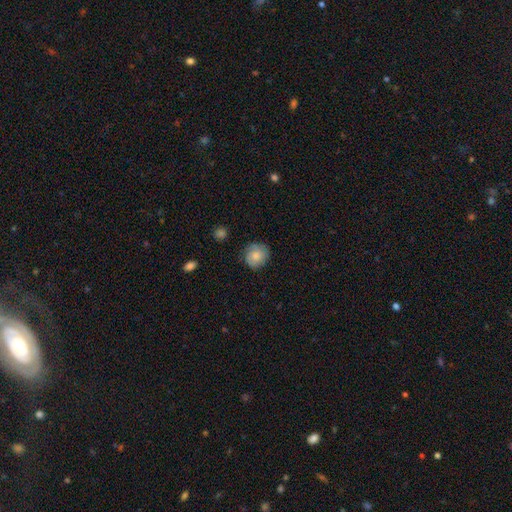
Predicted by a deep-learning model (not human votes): smooth_or_featured: smooth (p=0.79) [alt: featured or disk p=0.13]
how_rounded: round (p=0.85) [alt: in between p=0.14]
merging: none (p=0.77) [alt: minor disturbance p=0.18]